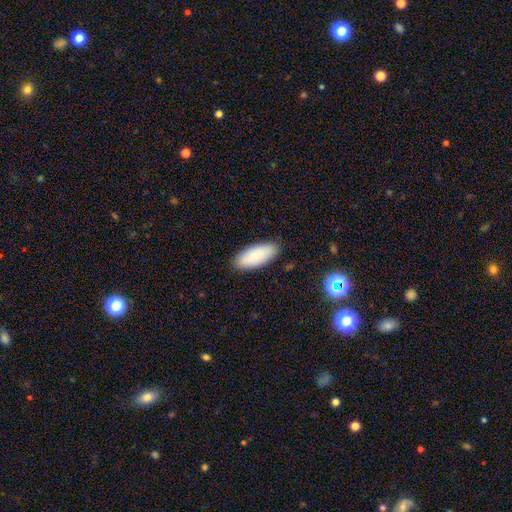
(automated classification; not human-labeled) smooth_or_featured: smooth (p=0.85) [alt: featured or disk p=0.09]
how_rounded: in between (p=0.85) [alt: cigar-shaped p=0.13]
merging: none (p=0.87) [alt: minor disturbance p=0.10]